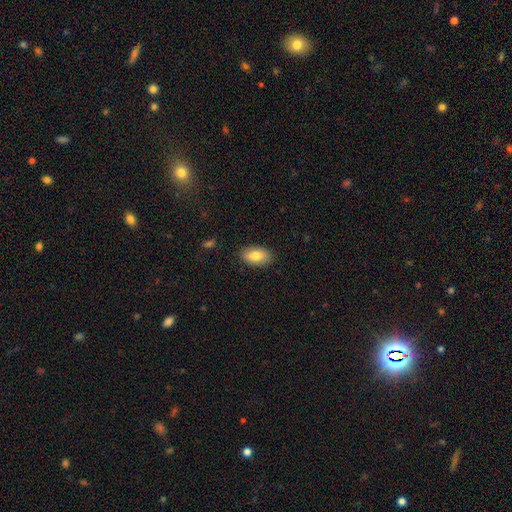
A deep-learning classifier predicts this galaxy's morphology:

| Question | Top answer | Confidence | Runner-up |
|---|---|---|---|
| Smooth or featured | smooth | 81% | featured or disk (13%) |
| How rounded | in between | 92% | round (5%) |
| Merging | none | 87% | minor disturbance (9%) |